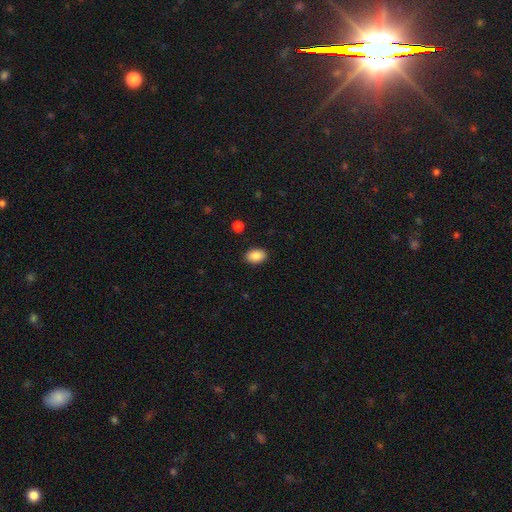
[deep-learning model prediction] This appears to be a smooth galaxy with no disk features (88%) that is in between round and cigar-shaped (85%). Merging: none (90%).